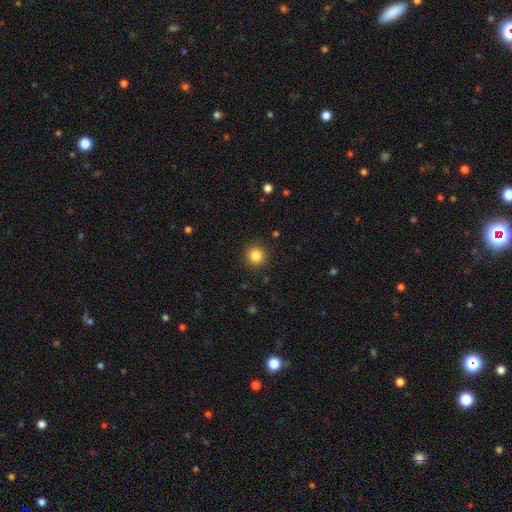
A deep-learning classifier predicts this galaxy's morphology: Smooth or featured? smooth (84%)
How rounded? round (95%)
Merging? none (92%)